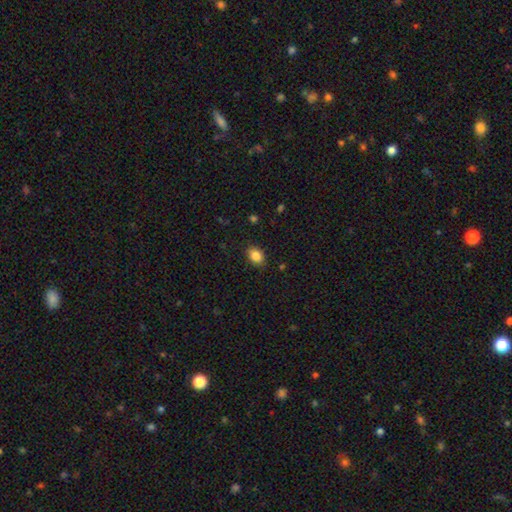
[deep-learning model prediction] Q: Smooth or featured?
A: smooth (86%); runner-up: star or artifact (9%)
Q: How rounded?
A: in between (74%); runner-up: round (25%)
Q: Merging?
A: none (86%); runner-up: minor disturbance (10%)